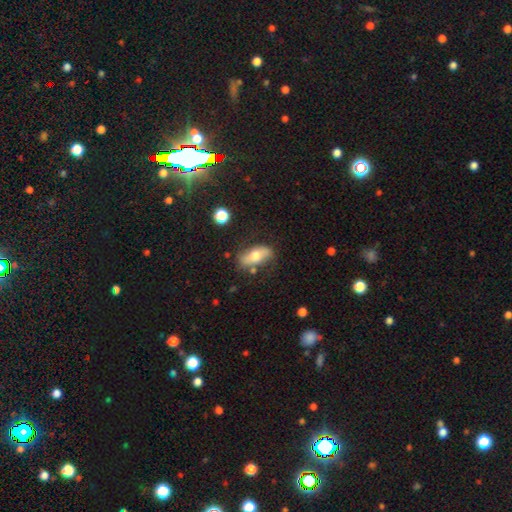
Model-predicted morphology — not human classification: Overall: smooth (52%; featured or disk 40%). How rounded: in between (83%). Merging: none (70%).